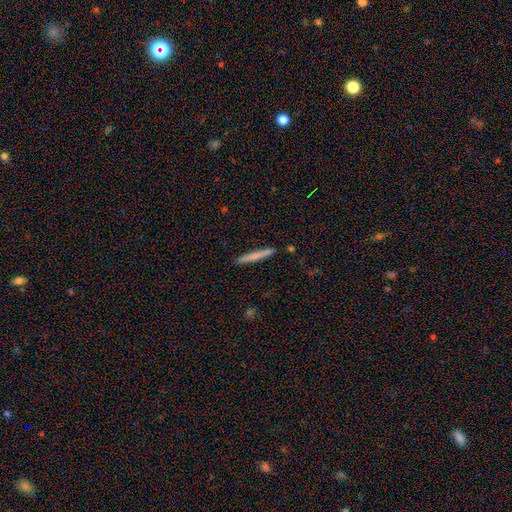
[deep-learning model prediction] smooth-or-featured: smooth: 69% | featured or disk: 25% | star or artifact: 6%
  how-rounded: cigar-shaped: 96% | in between: 2% | round: 1%
  merging: none: 91% | minor disturbance: 6% | merger: 2% | major disturbance: 1%